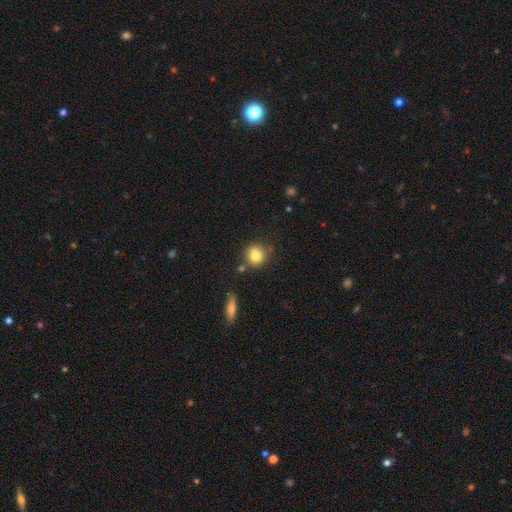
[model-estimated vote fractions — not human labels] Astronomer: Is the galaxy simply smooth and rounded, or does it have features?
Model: smooth — 81%.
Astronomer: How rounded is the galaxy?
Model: round — 85%.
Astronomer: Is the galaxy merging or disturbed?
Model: none — 74%.